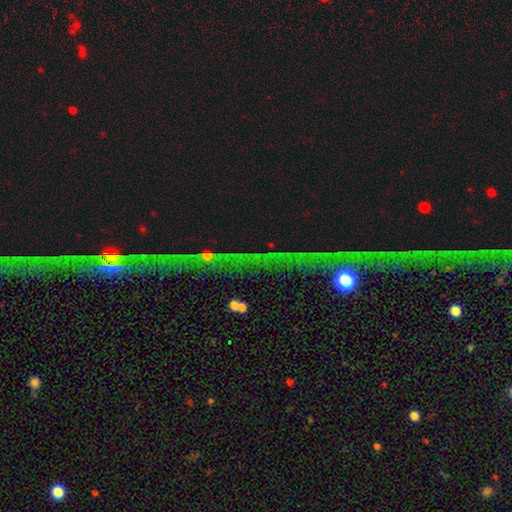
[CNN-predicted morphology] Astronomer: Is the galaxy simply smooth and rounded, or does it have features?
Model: star or artifact — 76%.